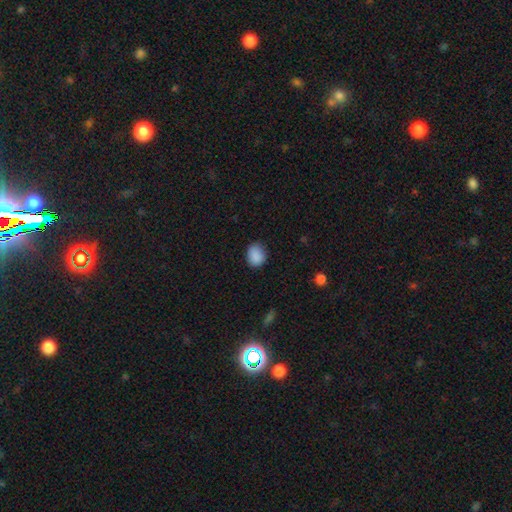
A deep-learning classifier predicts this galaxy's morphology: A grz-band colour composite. It shows a smooth galaxy with no disk features (88%) that is round (55%). Merging: none (78%).